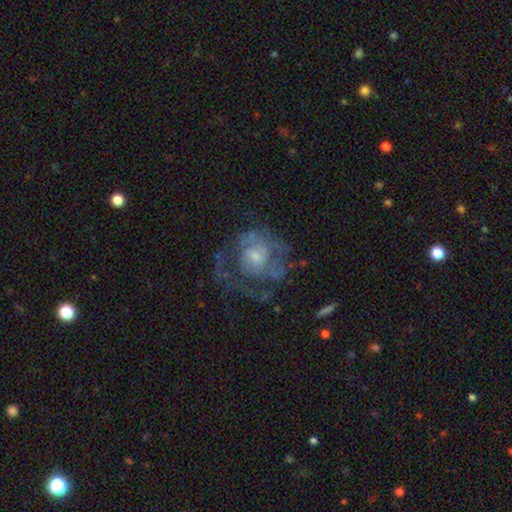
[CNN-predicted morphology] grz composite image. It shows a featured or disk galaxy (72%) with no bar (70%), tight (43%) spiral arms (75%) and a small central bulge (52%). Merging: none (50%).